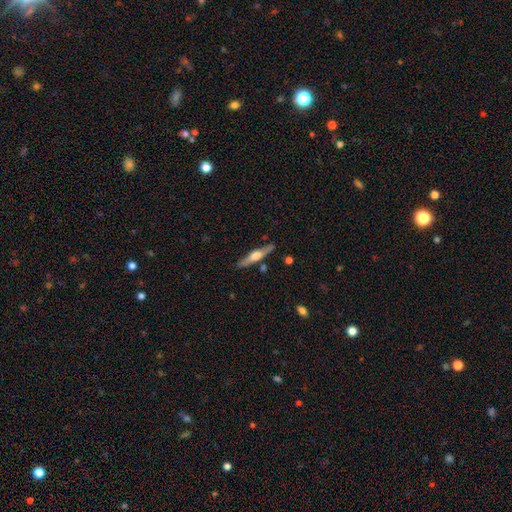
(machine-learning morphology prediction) Smooth or featured? Predicted: featured or disk (p=0.63). Edge-on disk? Predicted: yes (p=0.96). Edge-on bulge? Predicted: rounded (p=0.86). Merging? Predicted: none (p=0.84).